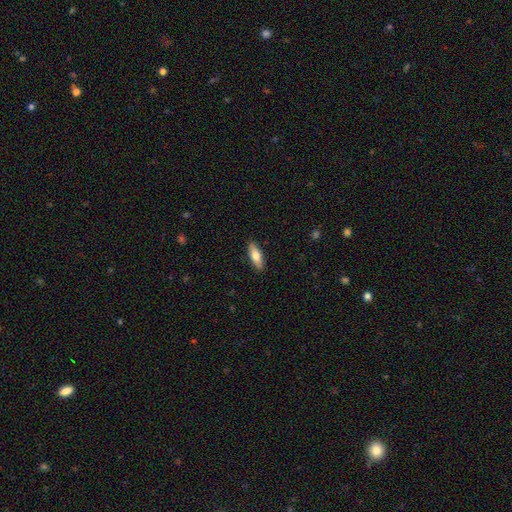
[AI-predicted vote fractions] Q: Smooth or featured?
A: smooth (69%); runner-up: featured or disk (25%)
Q: How rounded?
A: in between (55%); runner-up: cigar-shaped (43%)
Q: Merging?
A: none (90%); runner-up: minor disturbance (7%)